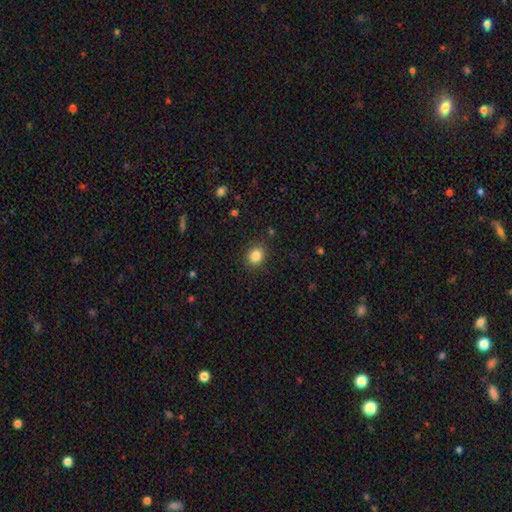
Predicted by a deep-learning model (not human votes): A smooth galaxy with no disk features (84%) that is round (69%). Merging: none (87%).